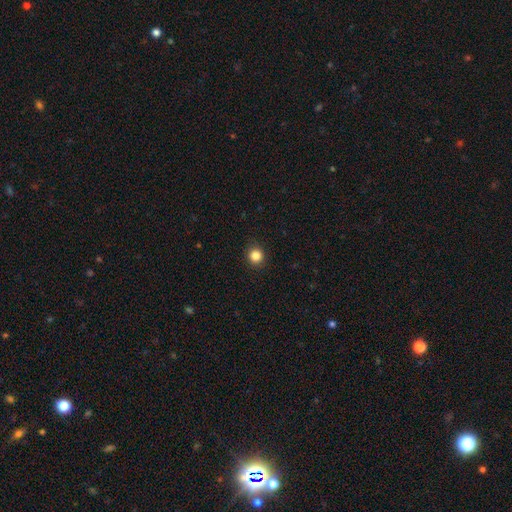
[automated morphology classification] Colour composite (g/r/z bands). It shows a smooth galaxy with no disk features (85%) that is round (91%). Merging: none (90%).